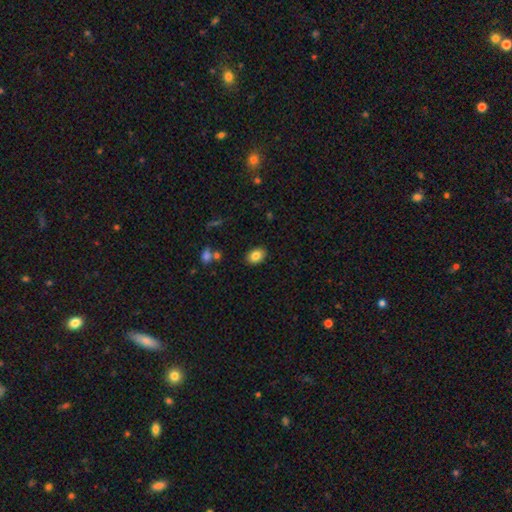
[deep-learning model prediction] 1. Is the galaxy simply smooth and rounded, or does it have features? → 83% smooth, 9% star or artifact, 8% featured or disk.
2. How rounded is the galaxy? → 80% in between, 19% round, 1% cigar-shaped.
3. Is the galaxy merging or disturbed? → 87% none, 9% minor disturbance, 2% major disturbance, 2% merger.